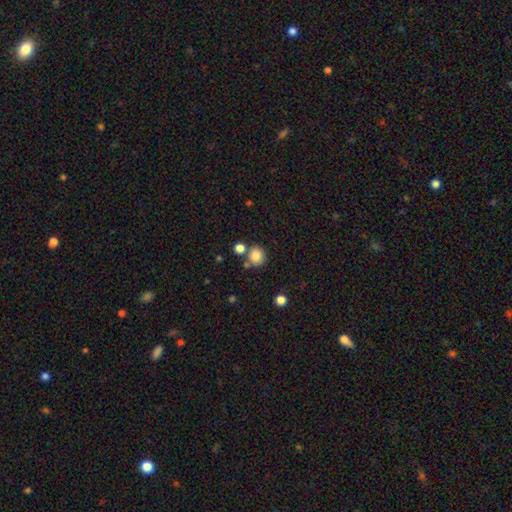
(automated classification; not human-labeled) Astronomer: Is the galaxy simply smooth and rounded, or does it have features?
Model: smooth — 84%.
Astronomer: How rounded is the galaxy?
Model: round — 80%.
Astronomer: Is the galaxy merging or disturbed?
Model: none — 69%.